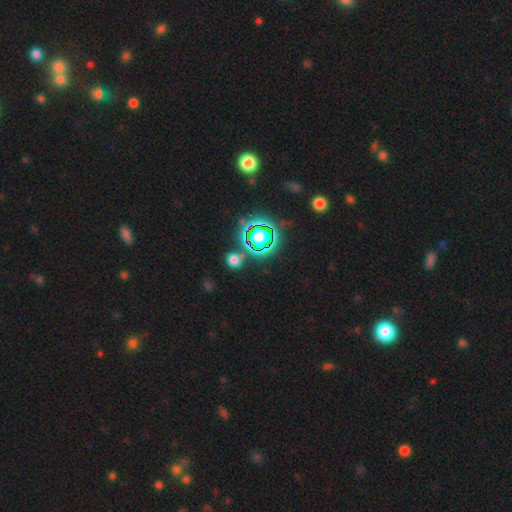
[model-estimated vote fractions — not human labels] Smooth or featured: star or artifact — 75% (smooth — 17%)